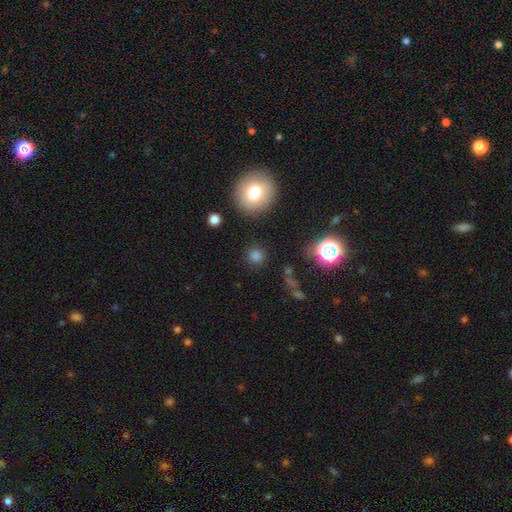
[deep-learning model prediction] Q: Smooth or featured?
A: smooth (77%); runner-up: star or artifact (17%)
Q: How rounded?
A: round (90%); runner-up: in between (9%)
Q: Merging?
A: none (86%); runner-up: minor disturbance (8%)